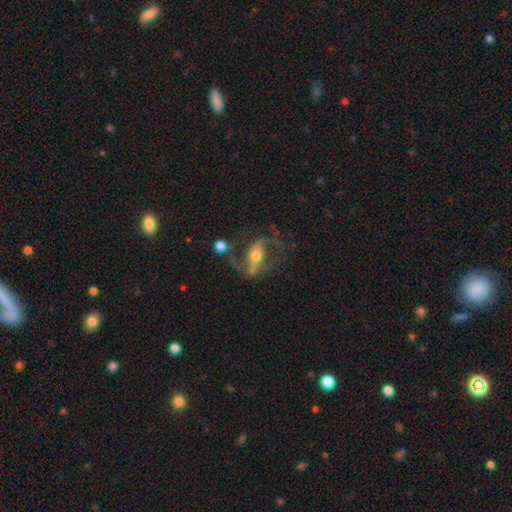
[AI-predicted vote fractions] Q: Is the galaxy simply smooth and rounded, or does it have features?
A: featured or disk — 82%.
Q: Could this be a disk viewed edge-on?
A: no — 89%.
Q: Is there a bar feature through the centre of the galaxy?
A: strong — 53%.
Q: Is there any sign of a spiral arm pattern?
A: yes — 86%.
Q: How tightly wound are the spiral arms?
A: loose — 50%.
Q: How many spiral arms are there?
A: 2 — 86%.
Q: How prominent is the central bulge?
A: moderate — 61%.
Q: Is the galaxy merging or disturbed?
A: none — 54%.